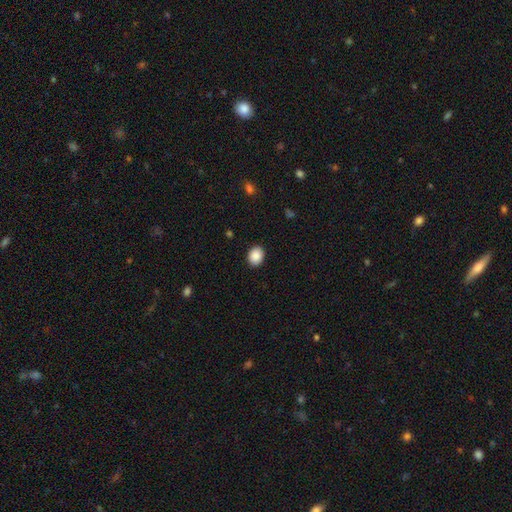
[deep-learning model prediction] smooth 89%, star or artifact 8%, featured or disk 3%. Down the decision tree: how rounded — in between (50%); merging — none (90%).